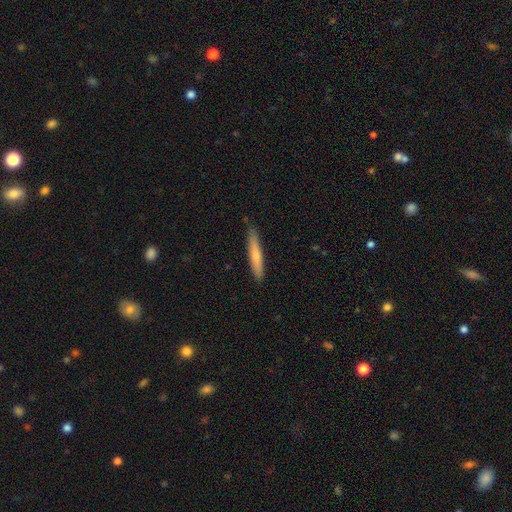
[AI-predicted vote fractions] A smooth galaxy with no disk features (68%) that is cigar-shaped (94%). Merging: none (86%).